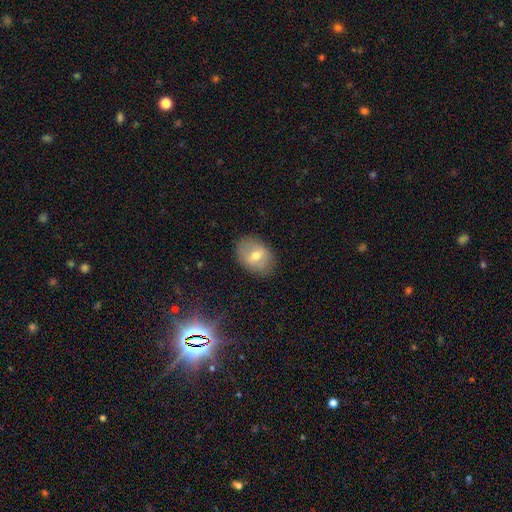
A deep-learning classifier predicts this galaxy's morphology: Q: Smooth or featured?
A: smooth (56%); runner-up: featured or disk (34%)
Q: How rounded?
A: in between (71%); runner-up: round (28%)
Q: Merging?
A: none (83%); runner-up: minor disturbance (13%)